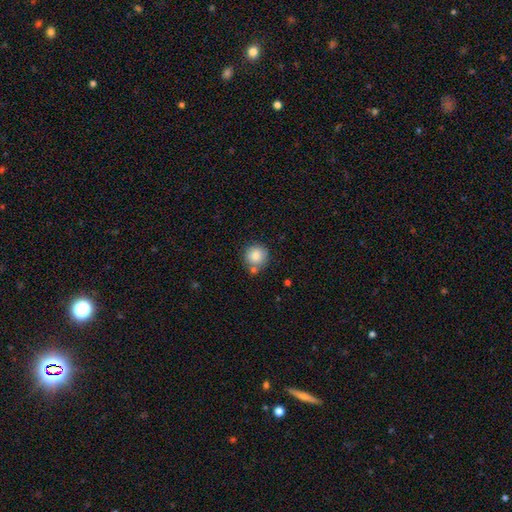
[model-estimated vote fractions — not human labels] Smooth or featured?
  - smooth: 82% *
  - featured or disk: 9%
  - star or artifact: 9%
How rounded?
  - round: 93% *
  - in between: 6%
  - cigar-shaped: 1%
Merging?
  - none: 70% *
  - merger: 15%
  - minor disturbance: 12%
  - major disturbance: 3%